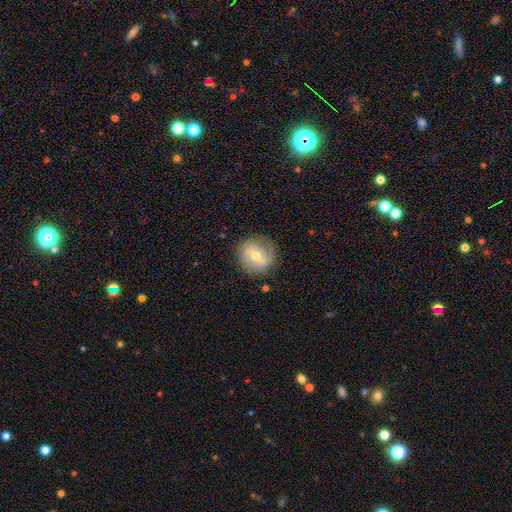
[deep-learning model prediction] Q: Smooth or featured?
A: featured or disk (61%); runner-up: smooth (31%)
Q: Edge-on disk?
A: no (95%); runner-up: yes (5%)
Q: Bar?
A: weak (49%); runner-up: strong (32%)
Q: Spiral arms?
A: yes (72%); runner-up: no (28%)
Q: Bulge size?
A: moderate (67%); runner-up: small (28%)
Q: Merging?
A: none (81%); runner-up: minor disturbance (13%)